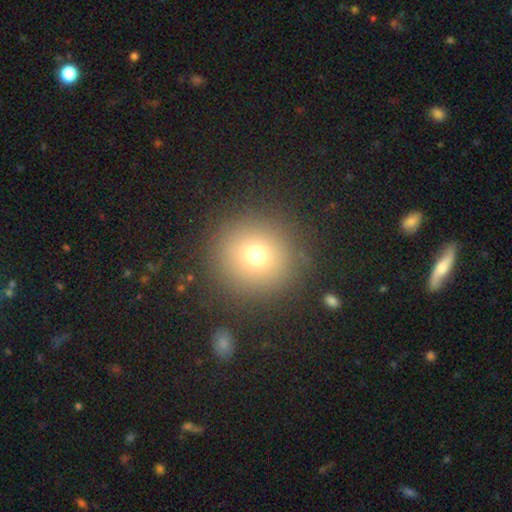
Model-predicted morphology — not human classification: smooth-or-featured: smooth: 73% | star or artifact: 16% | featured or disk: 11%
  how-rounded: round: 94% | in between: 5% | cigar-shaped: 1%
  merging: none: 87% | minor disturbance: 7% | major disturbance: 4% | merger: 2%